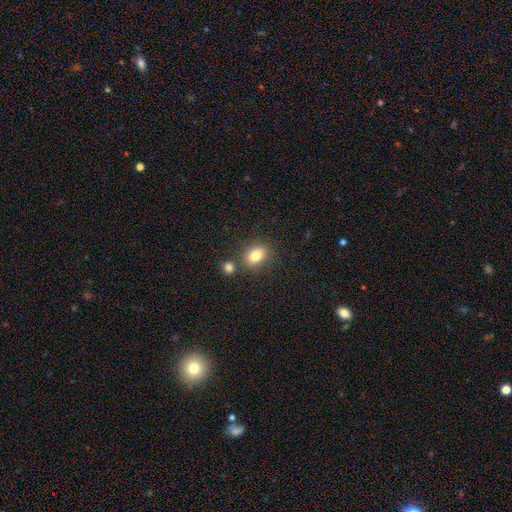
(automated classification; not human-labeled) Smooth or featured? Predicted: smooth (p=0.80). How rounded? Predicted: in between (p=0.57). Merging? Predicted: none (p=0.71).